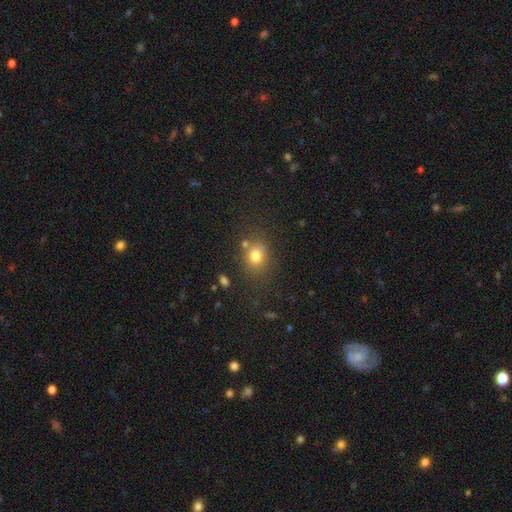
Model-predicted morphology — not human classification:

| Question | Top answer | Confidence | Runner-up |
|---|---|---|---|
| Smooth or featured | smooth | 77% | star or artifact (14%) |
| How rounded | round | 59% | in between (40%) |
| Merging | none | 70% | minor disturbance (15%) |